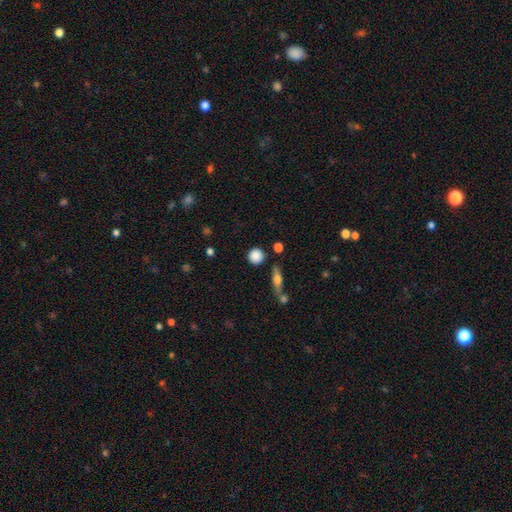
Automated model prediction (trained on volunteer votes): A smooth galaxy with no disk features (85%) that is round (90%).

Vote fractions:
- Smooth or featured? smooth: 85% / star or artifact: 8% / featured or disk: 7%
- How rounded? round: 90% / in between: 8% / cigar-shaped: 2%
- Merging? none: 82% / minor disturbance: 10% / merger: 5% / major disturbance: 3%